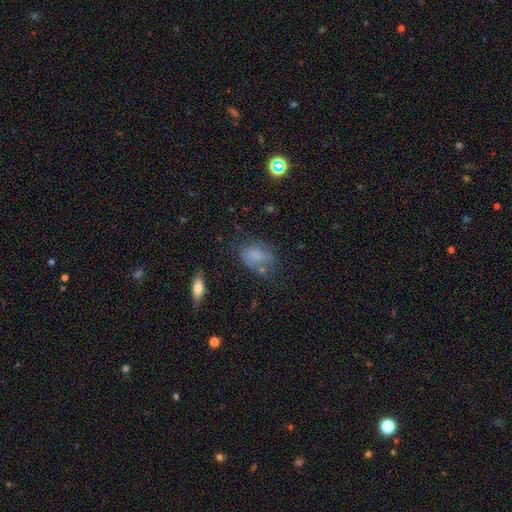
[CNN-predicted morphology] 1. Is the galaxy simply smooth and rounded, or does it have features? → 69% smooth, 18% featured or disk, 13% star or artifact.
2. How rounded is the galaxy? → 80% in between, 18% round, 2% cigar-shaped.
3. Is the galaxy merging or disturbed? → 49% none, 28% minor disturbance, 17% major disturbance, 7% merger.